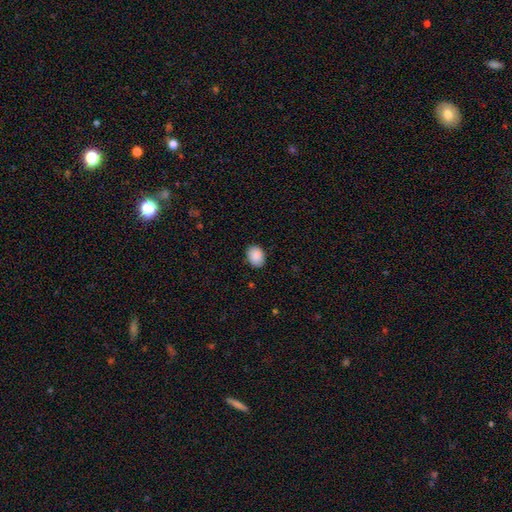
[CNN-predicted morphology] type=smooth (90%); roundness=in between (58%); merging=none (86%).